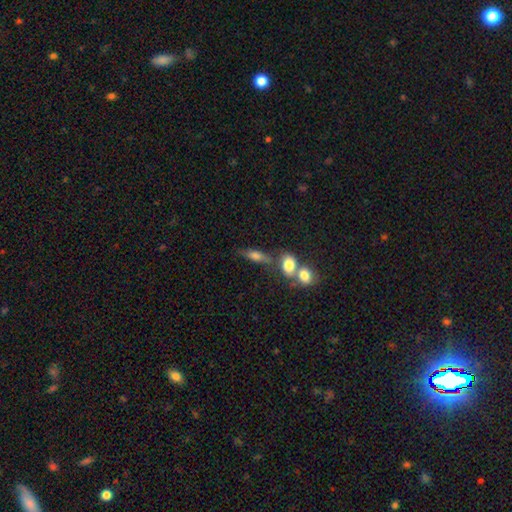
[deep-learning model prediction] Morphology: type=smooth (66%); roundness=in between (62%); merging=none (49%).